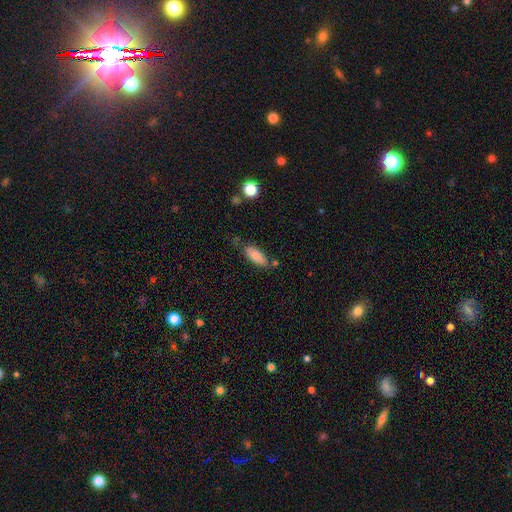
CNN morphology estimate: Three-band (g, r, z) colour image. It shows a smooth galaxy with no disk features (77%) that is in between round and cigar-shaped (78%). Merging: none (69%).